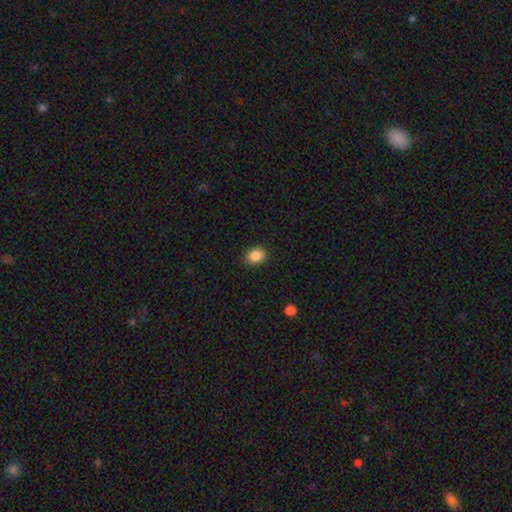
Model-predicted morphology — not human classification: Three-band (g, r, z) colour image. It shows a smooth galaxy with no disk features (87%) that is in between round and cigar-shaped (56%). Merging: none (89%).